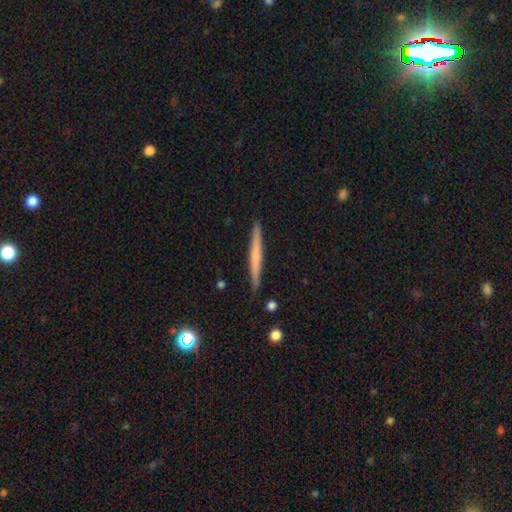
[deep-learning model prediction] Smooth or featured: smooth — 51% (featured or disk — 43%)
How rounded: cigar-shaped — 97% (in between — 2%)
Merging: none — 91% (minor disturbance — 6%)